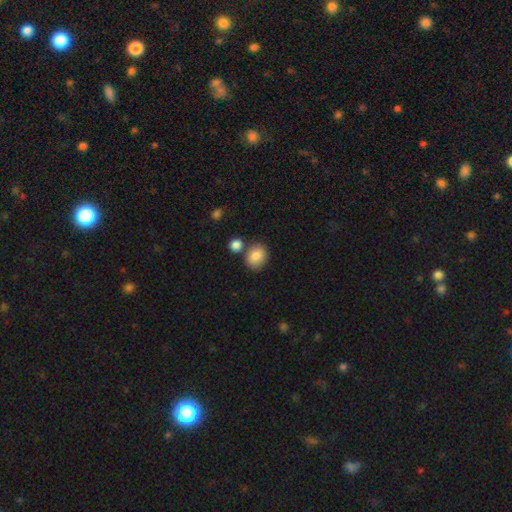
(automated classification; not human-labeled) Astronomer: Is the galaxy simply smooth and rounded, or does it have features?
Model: smooth — 86%.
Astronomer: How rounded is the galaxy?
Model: round — 54% (runner-up: in between, 45%).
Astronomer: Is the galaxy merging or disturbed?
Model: none — 70%.